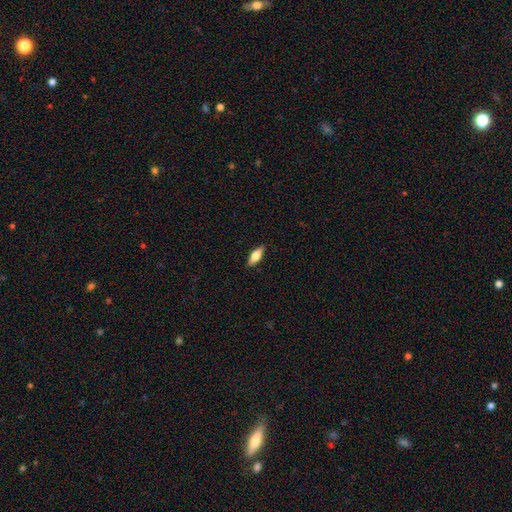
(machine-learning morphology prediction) A smooth galaxy with no disk features (67%) that is in between round and cigar-shaped (66%). Merging: none (88%).